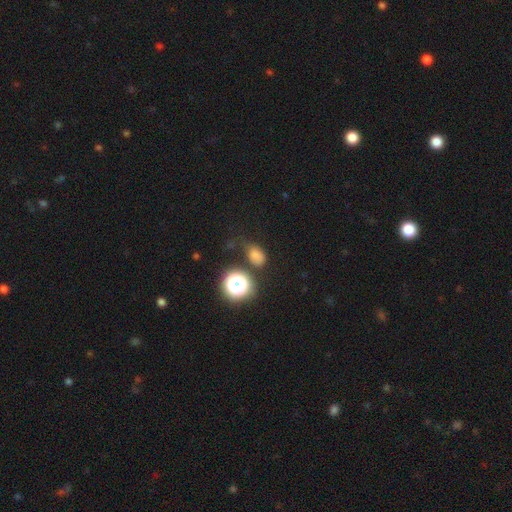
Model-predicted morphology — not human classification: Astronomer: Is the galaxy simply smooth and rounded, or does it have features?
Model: smooth — 72%.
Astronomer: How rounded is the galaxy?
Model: in between — 61% (runner-up: round, 37%).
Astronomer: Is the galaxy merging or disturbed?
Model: none — 63%.